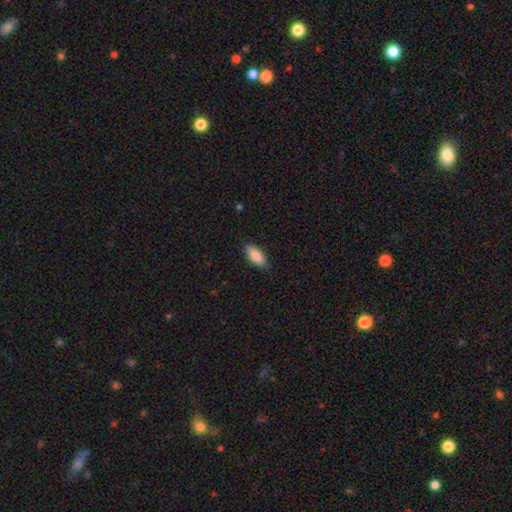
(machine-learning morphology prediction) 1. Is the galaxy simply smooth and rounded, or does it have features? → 86% smooth, 8% featured or disk, 6% star or artifact.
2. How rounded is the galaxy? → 84% in between, 14% cigar-shaped, 2% round.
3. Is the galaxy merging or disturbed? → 83% none, 14% minor disturbance, 2% major disturbance, 1% merger.